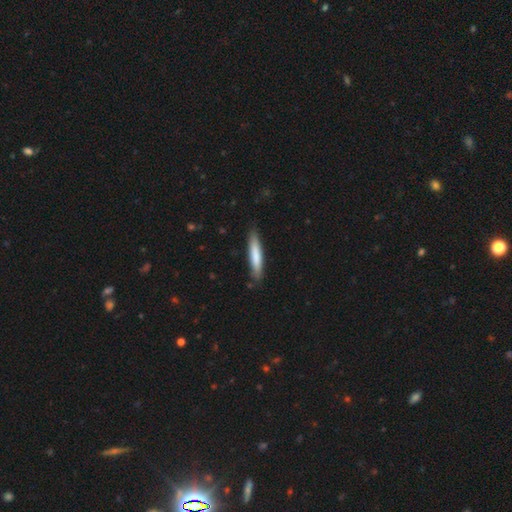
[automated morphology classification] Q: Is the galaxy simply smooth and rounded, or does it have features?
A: smooth — 76%.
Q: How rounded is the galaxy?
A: cigar-shaped — 89%.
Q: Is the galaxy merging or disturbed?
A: none — 85%.